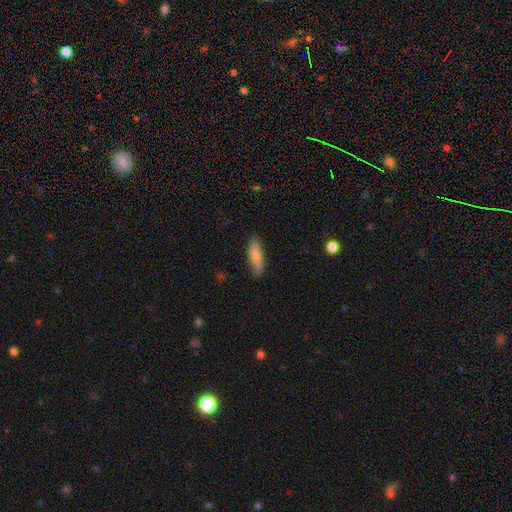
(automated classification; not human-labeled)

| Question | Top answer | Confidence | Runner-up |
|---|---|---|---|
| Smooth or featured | smooth | 78% | featured or disk (17%) |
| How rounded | cigar-shaped | 56% | in between (42%) |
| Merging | none | 82% | minor disturbance (14%) |